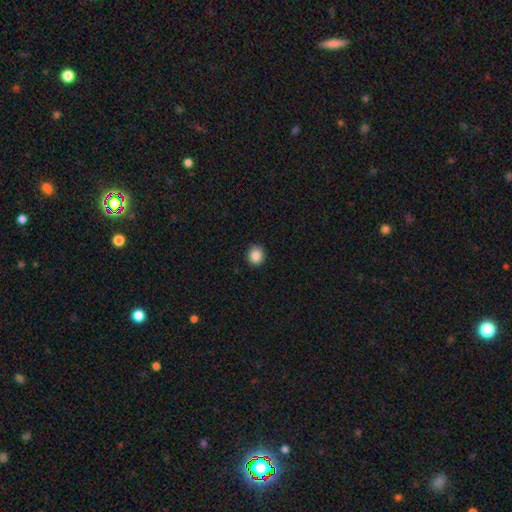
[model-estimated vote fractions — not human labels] Smooth or featured: smooth — 88% (star or artifact — 9%)
How rounded: round — 84% (in between — 15%)
Merging: none — 87% (minor disturbance — 10%)